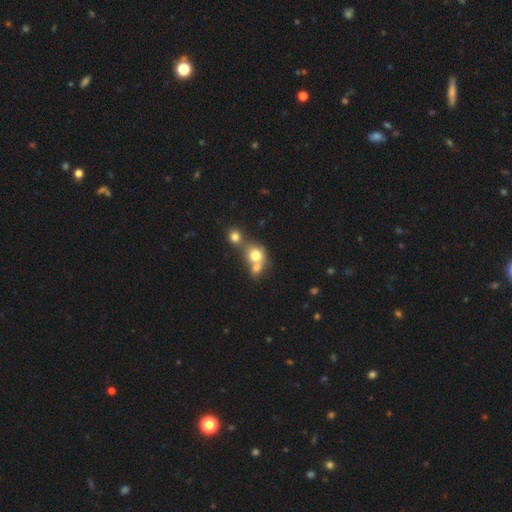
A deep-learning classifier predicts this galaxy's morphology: Smooth or featured? Predicted: smooth (p=0.74). How rounded? Predicted: round (p=0.74). Merging? Predicted: merger (p=0.60).